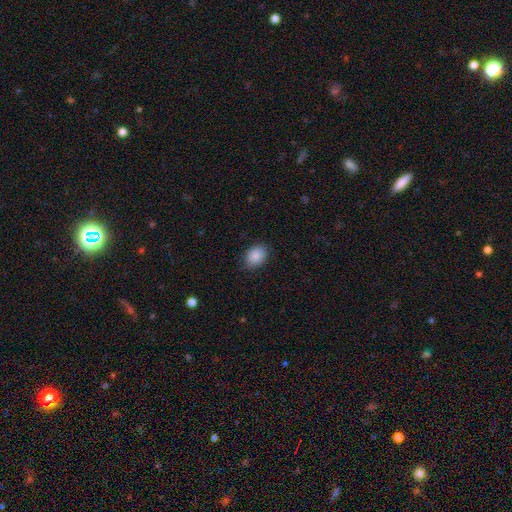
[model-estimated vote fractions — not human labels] smooth 88%, star or artifact 7%, featured or disk 4%. Down the decision tree: how rounded — in between (72%); merging — none (83%).